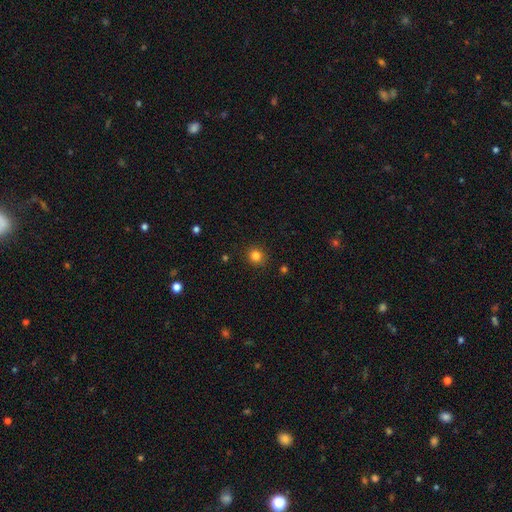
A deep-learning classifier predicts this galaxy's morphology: Smooth or featured? smooth (83%)
How rounded? round (86%)
Merging? none (89%)